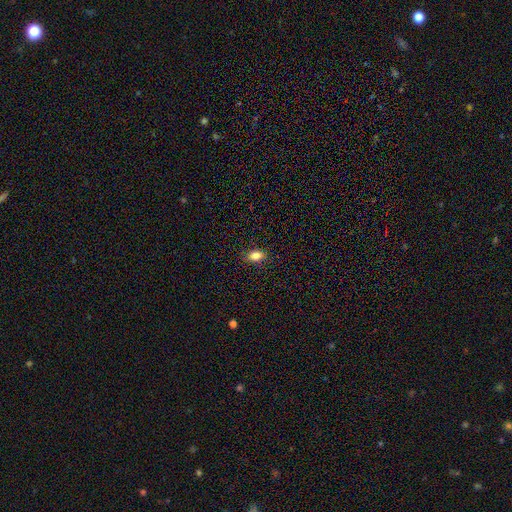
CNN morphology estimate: Q: Smooth or featured?
A: smooth (85%); runner-up: star or artifact (9%)
Q: How rounded?
A: in between (83%); runner-up: round (15%)
Q: Merging?
A: none (88%); runner-up: minor disturbance (9%)